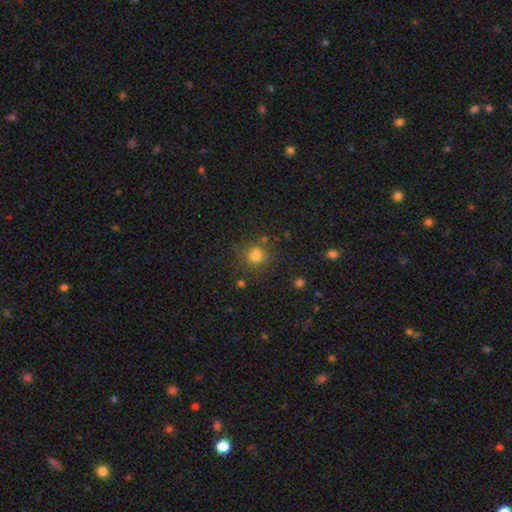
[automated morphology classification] smooth-or-featured: smooth: 77% | star or artifact: 16% | featured or disk: 7%
  how-rounded: round: 86% | in between: 13% | cigar-shaped: 1%
  merging: none: 75% | minor disturbance: 13% | merger: 7% | major disturbance: 5%